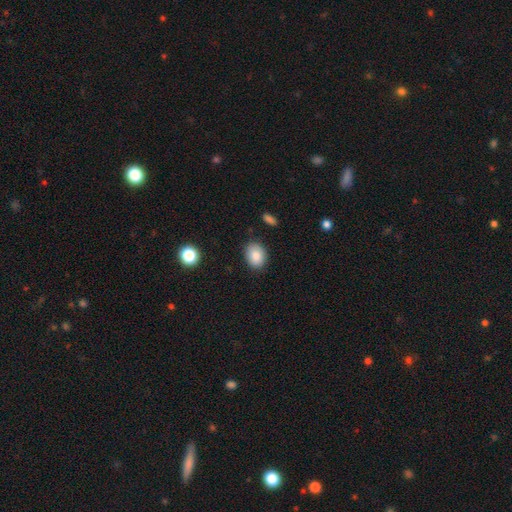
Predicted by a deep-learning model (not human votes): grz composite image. It shows a smooth galaxy with no disk features (87%) that is in between round and cigar-shaped (68%). Merging: none (83%).